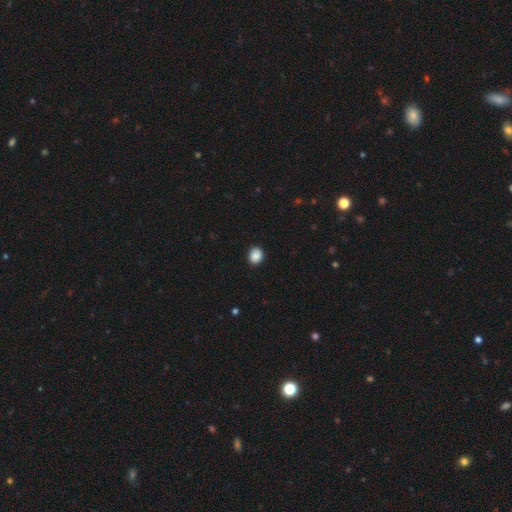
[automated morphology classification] Q: Smooth or featured?
A: smooth (88%); runner-up: star or artifact (9%)
Q: How rounded?
A: round (67%); runner-up: in between (32%)
Q: Merging?
A: none (89%); runner-up: minor disturbance (8%)